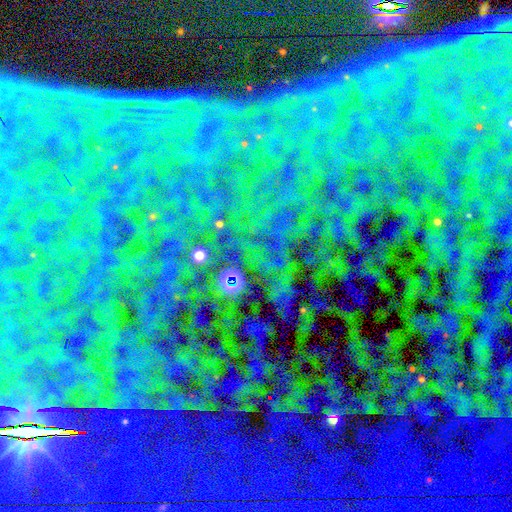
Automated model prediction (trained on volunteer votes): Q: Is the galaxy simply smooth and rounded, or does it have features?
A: star or artifact — 87%.